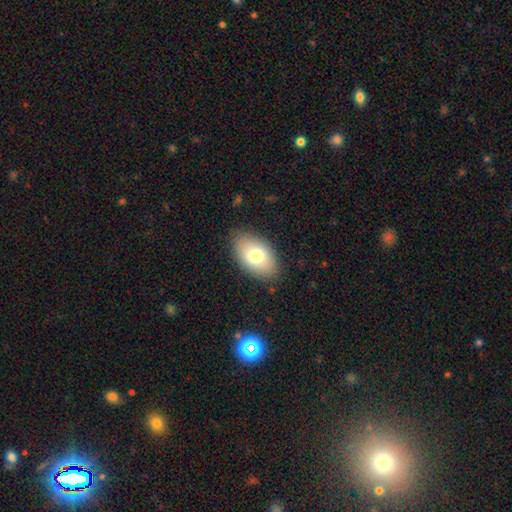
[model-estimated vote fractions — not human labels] This appears to be a smooth galaxy with no disk features (76%) that is in between round and cigar-shaped (92%). Merging: none (83%).